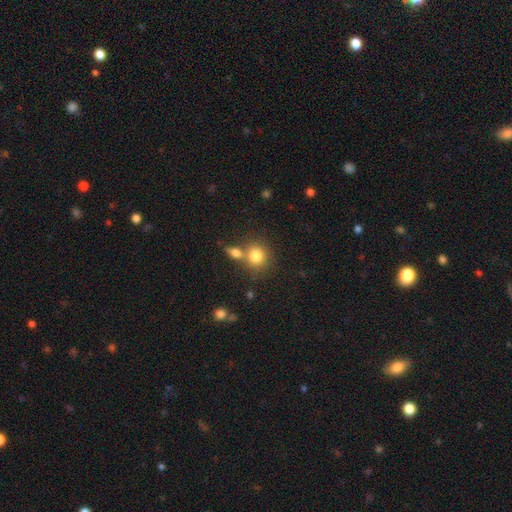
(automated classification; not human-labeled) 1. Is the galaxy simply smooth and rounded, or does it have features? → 80% smooth, 10% star or artifact, 9% featured or disk.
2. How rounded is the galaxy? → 80% round, 19% in between, 1% cigar-shaped.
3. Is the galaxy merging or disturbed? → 51% none, 36% merger, 9% minor disturbance, 4% major disturbance.